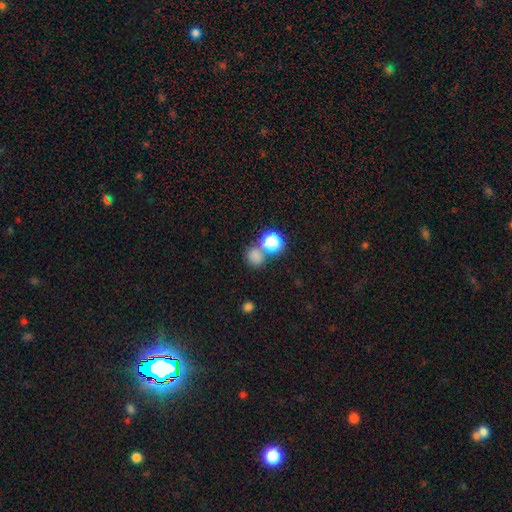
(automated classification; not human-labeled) Q: Smooth or featured?
A: smooth (72%); runner-up: star or artifact (21%)
Q: How rounded?
A: round (80%); runner-up: in between (19%)
Q: Merging?
A: none (58%); runner-up: merger (28%)